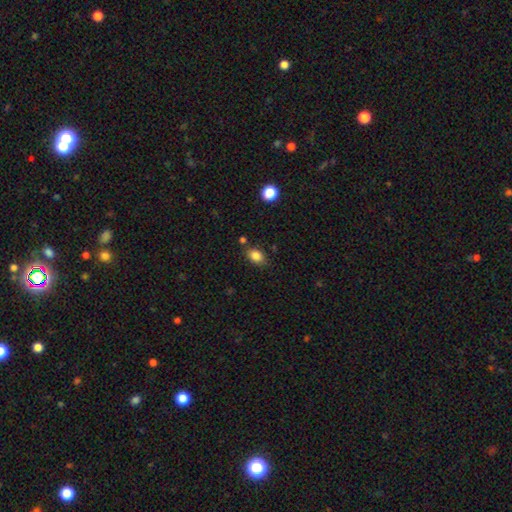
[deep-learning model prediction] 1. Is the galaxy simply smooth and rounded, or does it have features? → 85% smooth, 10% star or artifact, 5% featured or disk.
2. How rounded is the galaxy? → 73% in between, 25% round, 1% cigar-shaped.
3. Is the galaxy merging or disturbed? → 77% none, 14% minor disturbance, 5% merger, 3% major disturbance.